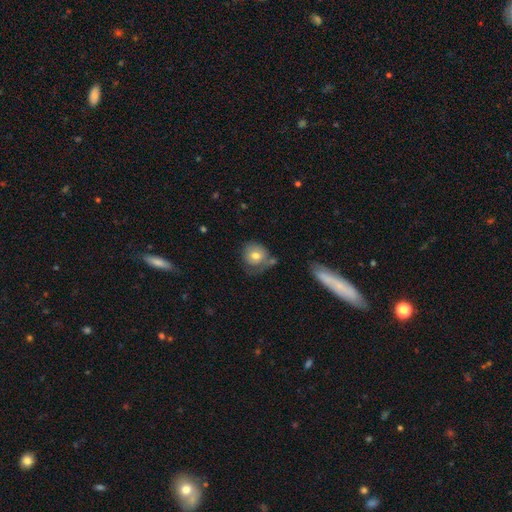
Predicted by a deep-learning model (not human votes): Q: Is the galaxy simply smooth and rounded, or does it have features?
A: smooth — 67%.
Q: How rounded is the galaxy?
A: round — 82%.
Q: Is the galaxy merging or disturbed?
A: none — 51%.